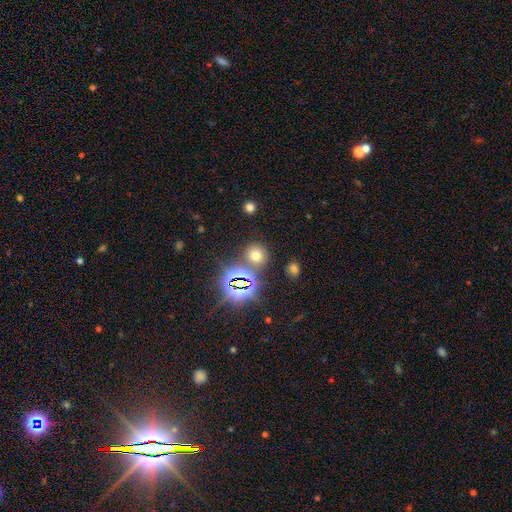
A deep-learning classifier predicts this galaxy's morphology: The model was most divided on "smooth or featured": smooth: 59%, star or artifact: 33%, featured or disk: 8%. More confident: how rounded — round (87%); merging — none (79%).